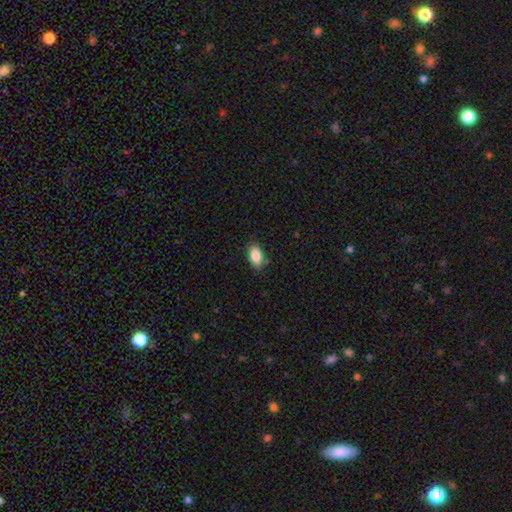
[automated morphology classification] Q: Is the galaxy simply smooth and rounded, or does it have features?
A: smooth — 88%.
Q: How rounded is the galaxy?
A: in between — 91%.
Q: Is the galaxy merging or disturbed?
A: none — 81%.